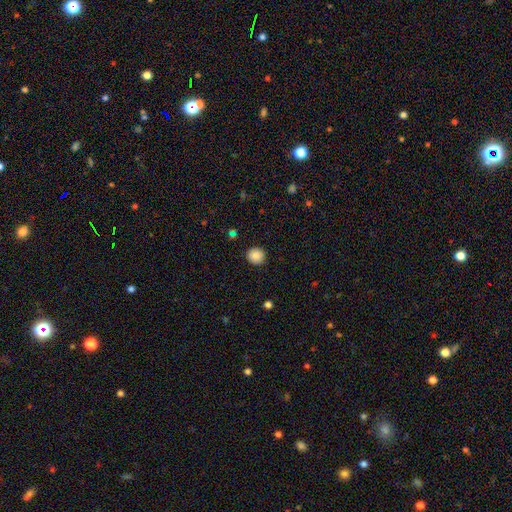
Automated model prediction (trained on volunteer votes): A smooth galaxy with no disk features (88%) that is round (89%).

Vote fractions:
- Smooth or featured? smooth: 88% / star or artifact: 9% / featured or disk: 3%
- How rounded? round: 89% / in between: 10% / cigar-shaped: 1%
- Merging? none: 91% / minor disturbance: 6% / major disturbance: 2% / merger: 1%